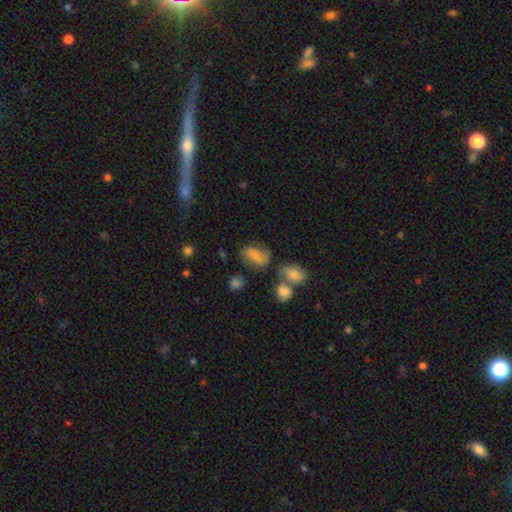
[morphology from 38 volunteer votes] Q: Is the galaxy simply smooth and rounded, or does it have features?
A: smooth — 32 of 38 (84%).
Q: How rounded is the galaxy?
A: in between — 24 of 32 (75%).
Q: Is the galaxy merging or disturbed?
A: none — 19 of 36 (53%).